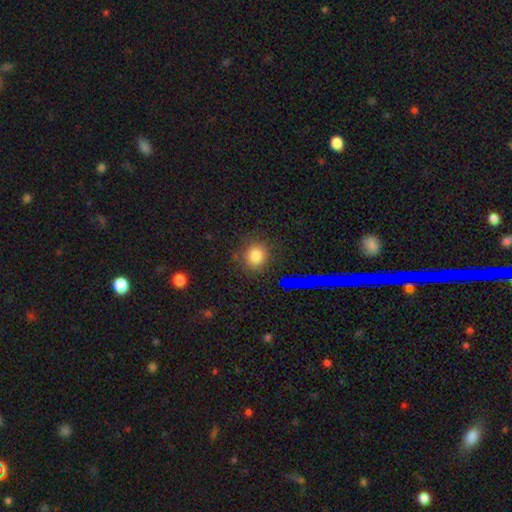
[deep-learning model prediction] Smooth or featured? Predicted: smooth (p=0.77). How rounded? Predicted: round (p=0.84). Merging? Predicted: none (p=0.84).